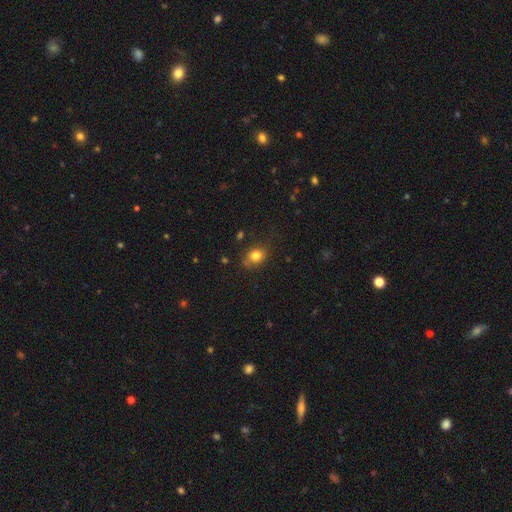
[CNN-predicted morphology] The model was most divided on "how rounded": round: 58%, in between: 41%, cigar-shaped: 1%. More confident: smooth or featured — smooth (81%); merging — none (74%).